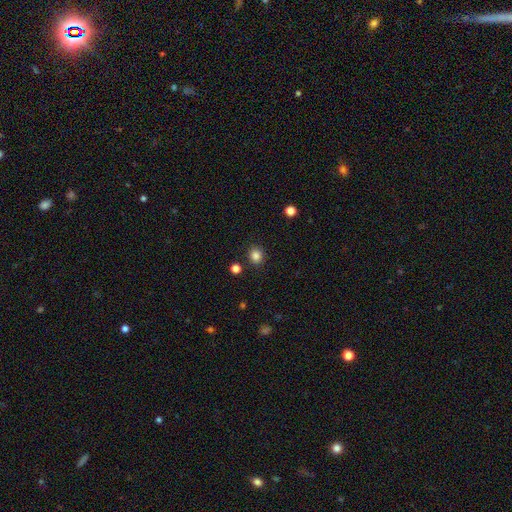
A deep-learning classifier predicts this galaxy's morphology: smooth_or_featured: smooth (p=0.84) [alt: star or artifact p=0.12]
how_rounded: round (p=0.82) [alt: in between p=0.18]
merging: none (p=0.88) [alt: minor disturbance p=0.07]